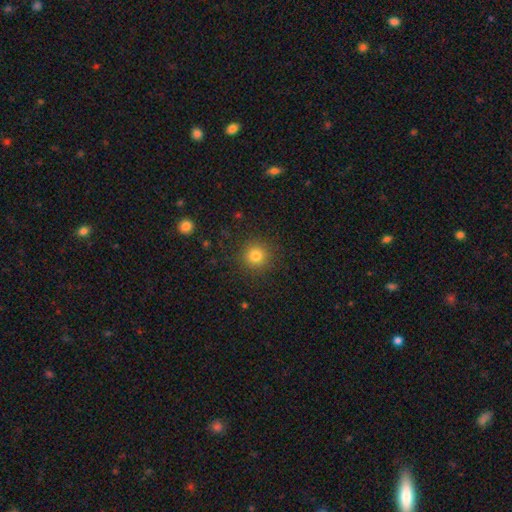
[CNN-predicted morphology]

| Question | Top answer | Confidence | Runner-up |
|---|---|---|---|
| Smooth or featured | smooth | 81% | star or artifact (13%) |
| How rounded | round | 94% | in between (5%) |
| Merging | none | 90% | minor disturbance (6%) |